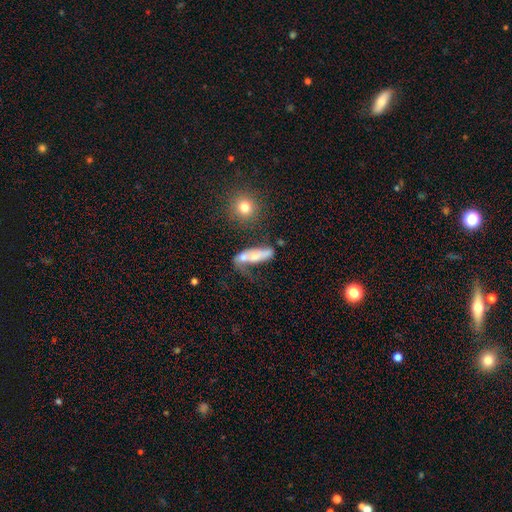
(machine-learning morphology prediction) smooth 54%, featured or disk 36%, star or artifact 10%. Down the decision tree: how rounded — in between (54%); merging — merger (36%).